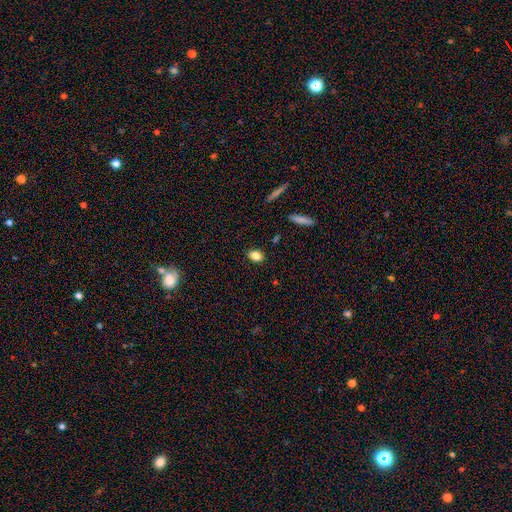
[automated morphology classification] Smooth or featured?
  - smooth: 83% *
  - star or artifact: 10%
  - featured or disk: 7%
How rounded?
  - in between: 77% *
  - round: 21%
  - cigar-shaped: 2%
Merging?
  - none: 87% *
  - minor disturbance: 9%
  - major disturbance: 2%
  - merger: 1%